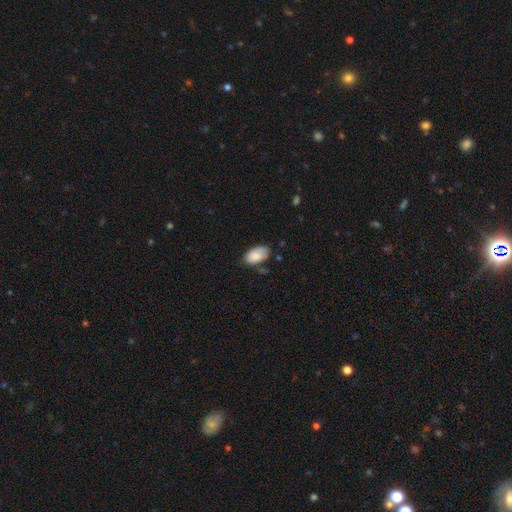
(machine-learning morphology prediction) Smooth or featured: smooth — 84% (featured or disk — 10%)
How rounded: in between — 95% (round — 4%)
Merging: none — 62% (minor disturbance — 28%)